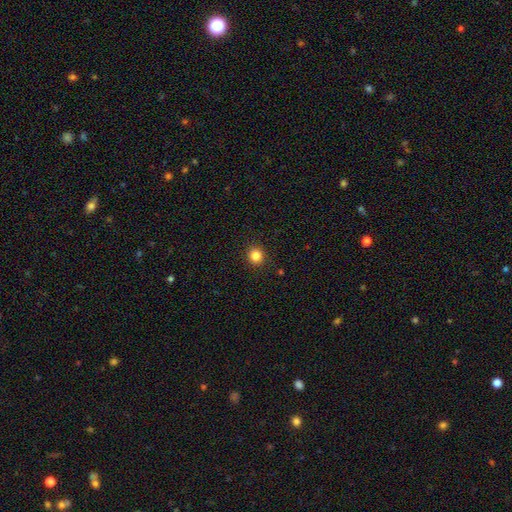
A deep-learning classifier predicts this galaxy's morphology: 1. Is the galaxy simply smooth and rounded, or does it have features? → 84% smooth, 12% star or artifact, 4% featured or disk.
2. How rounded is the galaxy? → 90% round, 9% in between, 1% cigar-shaped.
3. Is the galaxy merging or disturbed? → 92% none, 5% minor disturbance, 2% major disturbance, 1% merger.